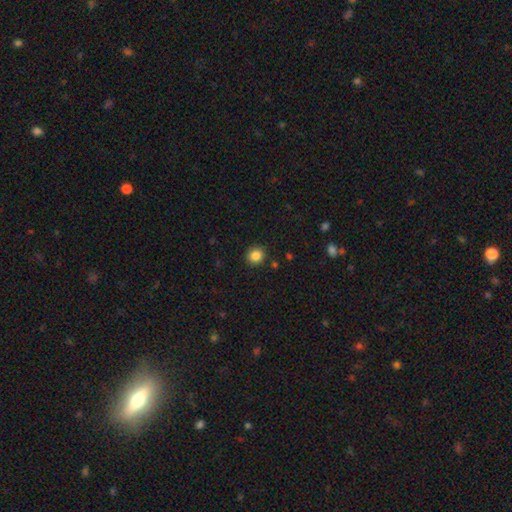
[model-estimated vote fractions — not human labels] A smooth galaxy with no disk features (85%) that is round (88%). Merging: none (90%).